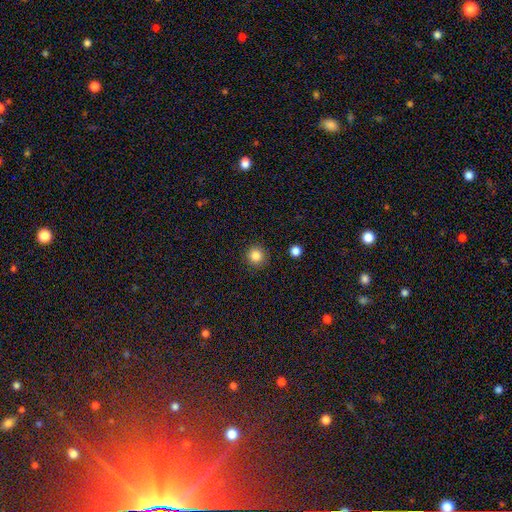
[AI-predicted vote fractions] Smooth or featured: smooth — 85% (star or artifact — 11%)
How rounded: round — 95% (in between — 4%)
Merging: none — 91% (minor disturbance — 6%)